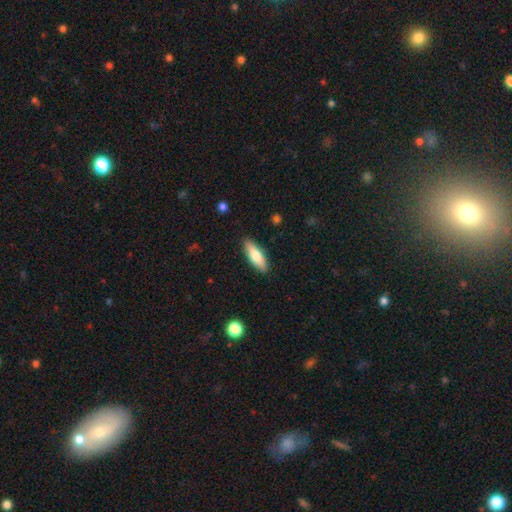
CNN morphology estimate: type=smooth (72%); roundness=in between (53%); merging=none (89%).